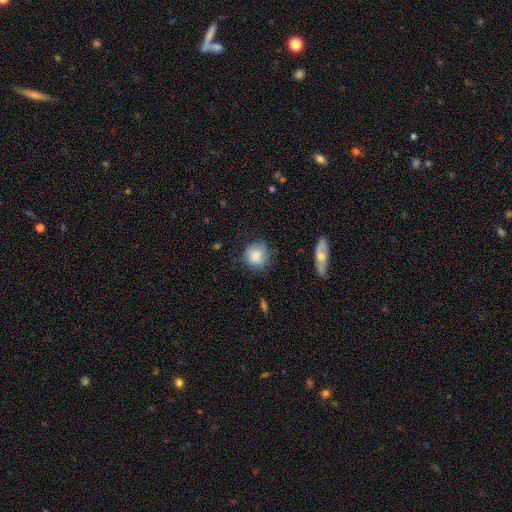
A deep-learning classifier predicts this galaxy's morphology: smooth-or-featured: smooth: 83% | featured or disk: 9% | star or artifact: 7%
  how-rounded: round: 88% | in between: 11% | cigar-shaped: 1%
  merging: none: 72% | minor disturbance: 21% | major disturbance: 5% | merger: 2%